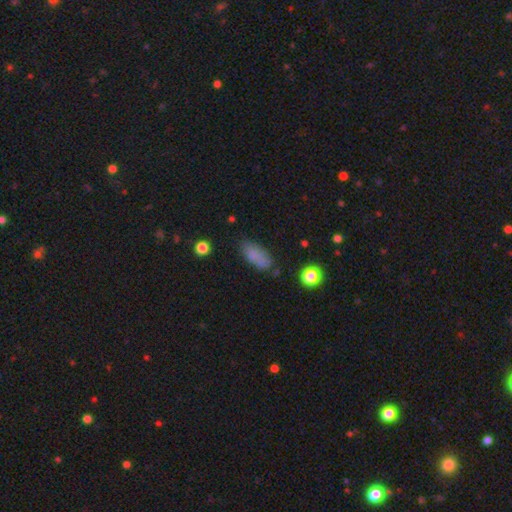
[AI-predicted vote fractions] Smooth or featured? smooth (77%)
How rounded? in between (82%)
Merging? none (64%)